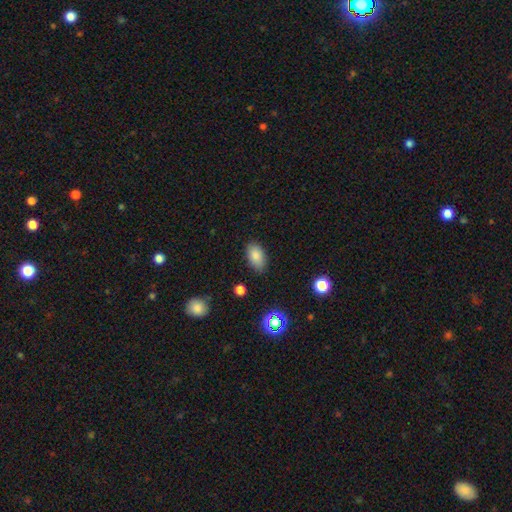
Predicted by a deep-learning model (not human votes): A smooth galaxy with no disk features (85%) that is in between round and cigar-shaped (92%).

Vote fractions:
- Smooth or featured? smooth: 85% / star or artifact: 10% / featured or disk: 6%
- How rounded? in between: 92% / round: 7% / cigar-shaped: 2%
- Merging? none: 83% / minor disturbance: 12% / major disturbance: 3% / merger: 1%